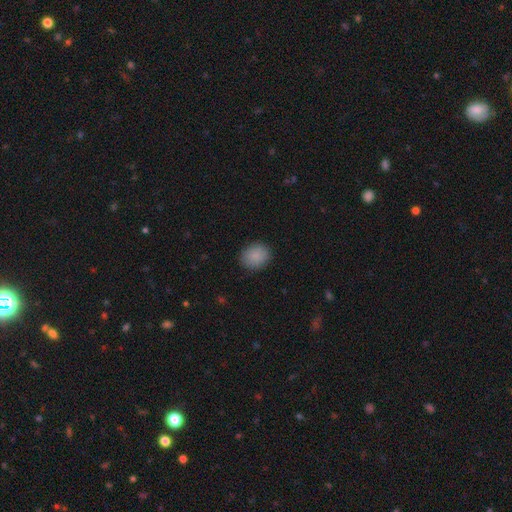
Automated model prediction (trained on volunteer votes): Overall: smooth (88%). How rounded: round (63%; in between 36%). Merging: none (88%).